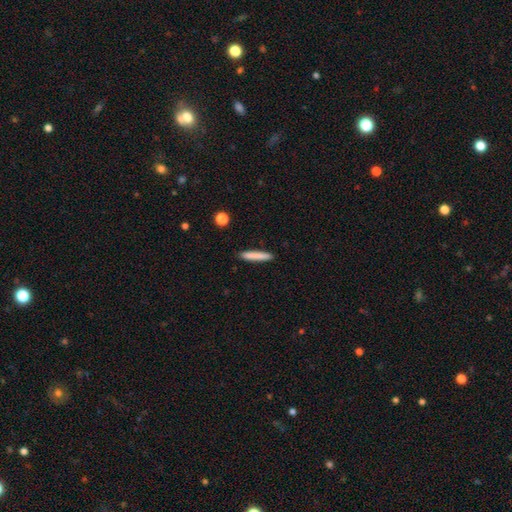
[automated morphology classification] This is clearly a smooth galaxy (82%). How rounded: clearly cigar-shaped (93%). Merging: clearly none (90%).